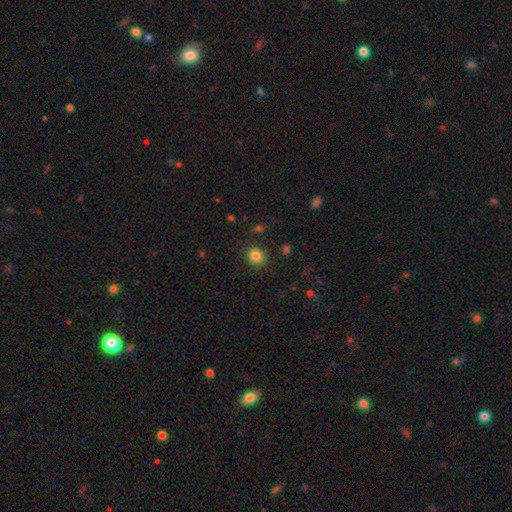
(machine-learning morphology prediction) type=smooth (84%); roundness=round (71%); merging=none (86%).